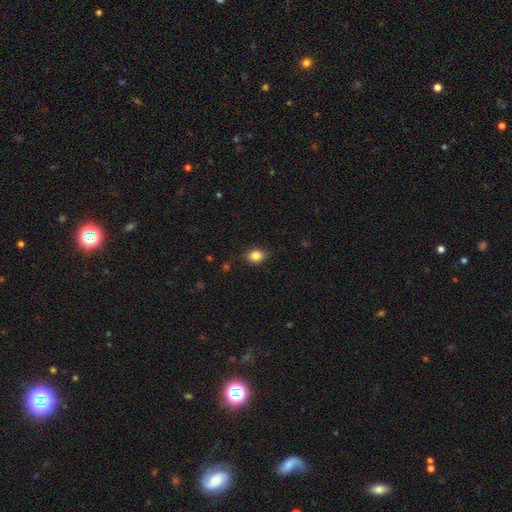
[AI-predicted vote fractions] Overall: smooth (85%). How rounded: in between (54%; round 45%). Merging: none (83%).